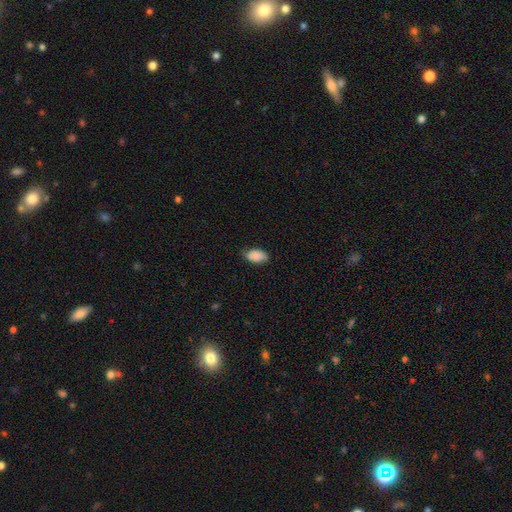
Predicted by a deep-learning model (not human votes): smooth 86%, featured or disk 7%, star or artifact 7%. Down the decision tree: how rounded — in between (94%); merging — none (76%).